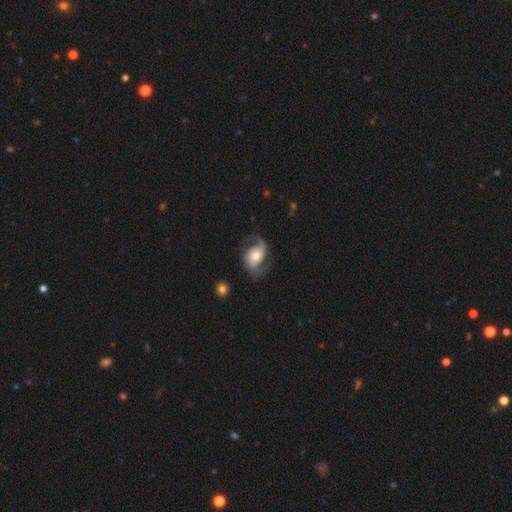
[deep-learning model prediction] Overall: featured or disk (79%). Edge-on disk: no (97%). Bar: no (60%; weak 28%). Spiral arms: yes (94%). Spiral arm count: 2 (84%). Spiral winding: loose (44%; medium 41%). Bulge size: moderate (67%). Merging: none (62%).